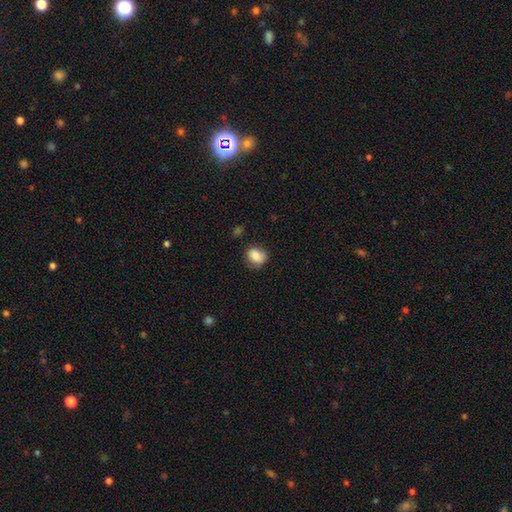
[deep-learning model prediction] This is clearly a smooth galaxy (82%). How rounded: likely round (66%). Merging: likely none (76%).